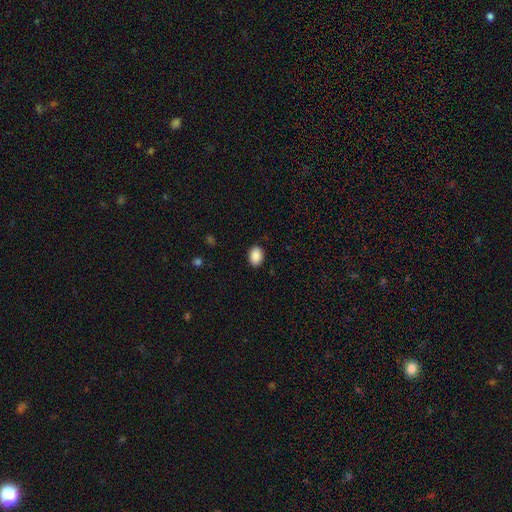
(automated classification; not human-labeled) smooth 89%, star or artifact 8%, featured or disk 3%. Down the decision tree: how rounded — in between (79%); merging — none (89%).